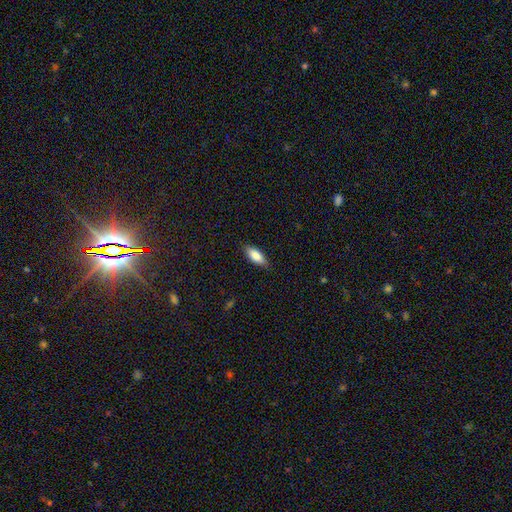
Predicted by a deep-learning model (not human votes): A smooth galaxy with no disk features (81%) that is in between round and cigar-shaped (77%).

Vote fractions:
- Smooth or featured? smooth: 81% / featured or disk: 13% / star or artifact: 6%
- How rounded? in between: 77% / cigar-shaped: 21% / round: 2%
- Merging? none: 83% / minor disturbance: 13% / major disturbance: 2% / merger: 1%